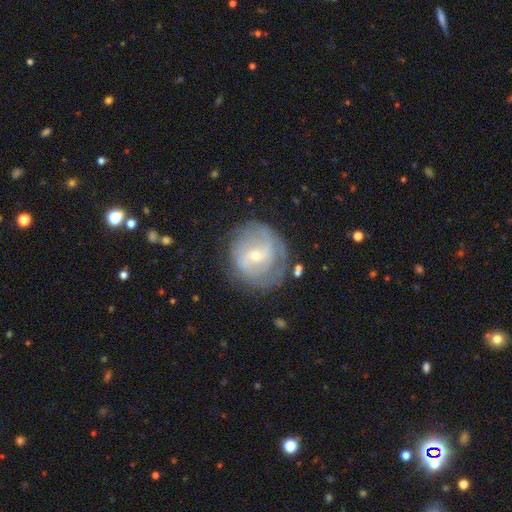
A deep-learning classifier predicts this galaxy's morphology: Smooth or featured: featured or disk — 74% (smooth — 19%)
Edge-on disk: no — 97% (yes — 3%)
Bar: weak — 50% (no — 37%)
Spiral arms: yes — 86% (no — 14%)
Spiral winding: tight — 53% (medium — 34%)
Spiral arm count: 2 — 42% (can't tell — 35%)
Bulge size: small — 64% (moderate — 32%)
Merging: none — 73% (minor disturbance — 17%)